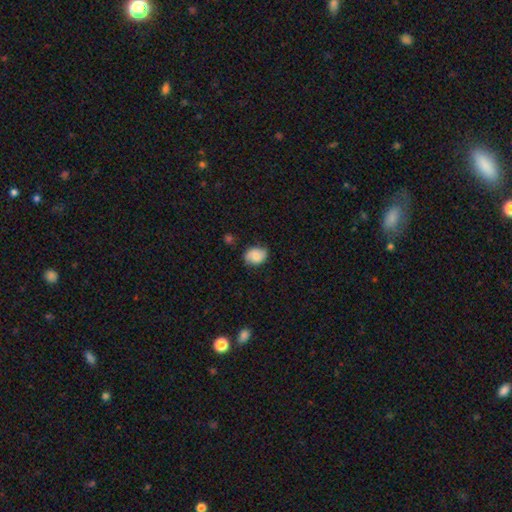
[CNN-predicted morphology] smooth 65%, featured or disk 26%, star or artifact 8%. Down the decision tree: how rounded — in between (61%); merging — none (70%).